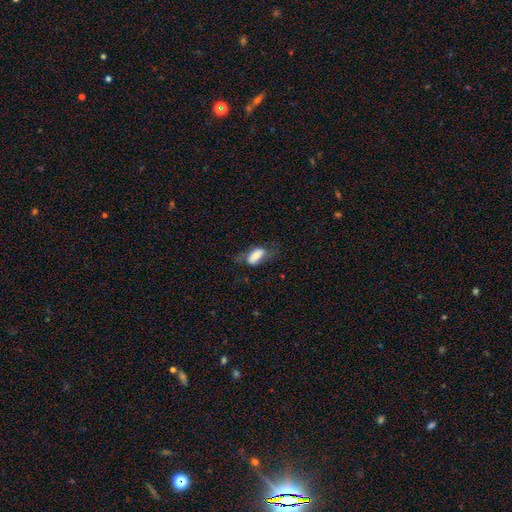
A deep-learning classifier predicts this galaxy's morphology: smooth-or-featured: smooth: 61% | featured or disk: 31% | star or artifact: 7%
  how-rounded: in between: 87% | cigar-shaped: 9% | round: 5%
  merging: none: 50% | minor disturbance: 26% | major disturbance: 22% | merger: 2%